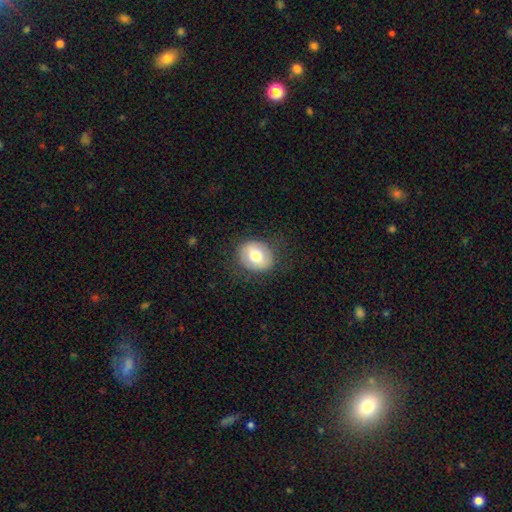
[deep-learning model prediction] Smooth or featured?
  - smooth: 70% *
  - featured or disk: 23%
  - star or artifact: 8%
How rounded?
  - round: 59% *
  - in between: 40%
  - cigar-shaped: 1%
Merging?
  - none: 81% *
  - minor disturbance: 13%
  - major disturbance: 5%
  - merger: 1%